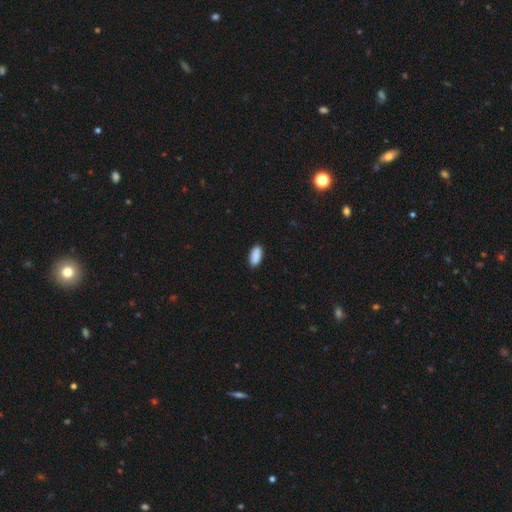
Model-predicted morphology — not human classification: Smooth or featured?
  - smooth: 90% *
  - star or artifact: 7%
  - featured or disk: 3%
How rounded?
  - in between: 90% *
  - cigar-shaped: 8%
  - round: 2%
Merging?
  - none: 87% *
  - minor disturbance: 10%
  - major disturbance: 2%
  - merger: 1%